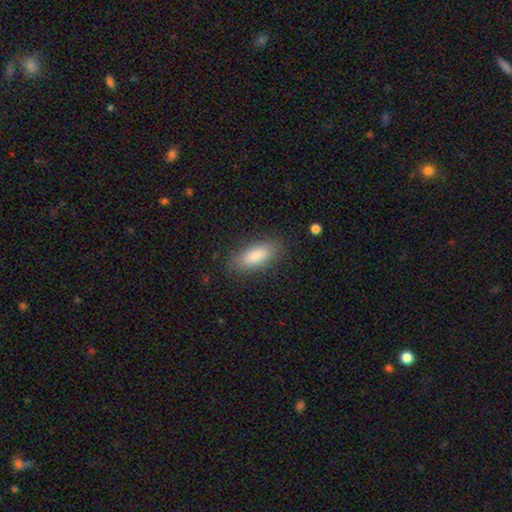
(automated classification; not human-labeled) Overall: smooth (85%). How rounded: in between (82%). Merging: none (82%).